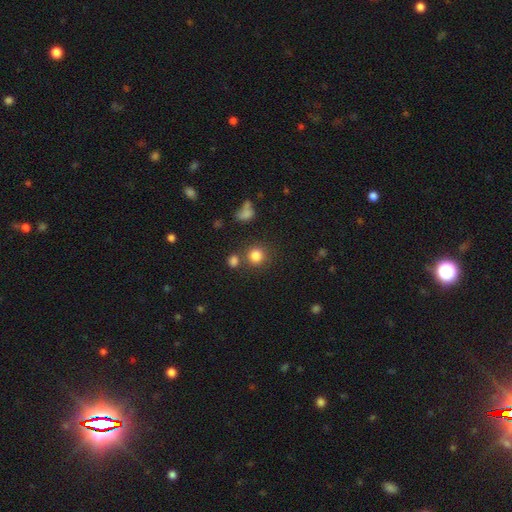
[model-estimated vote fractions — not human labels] Smooth or featured? smooth (82%)
How rounded? round (86%)
Merging? none (72%)